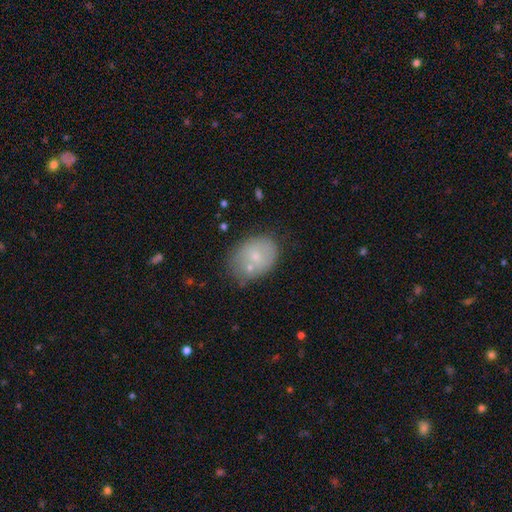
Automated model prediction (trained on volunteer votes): smooth_or_featured: smooth (p=0.65) [alt: featured or disk p=0.23]
how_rounded: in between (p=0.64) [alt: round p=0.35]
merging: none (p=0.63) [alt: minor disturbance p=0.17]